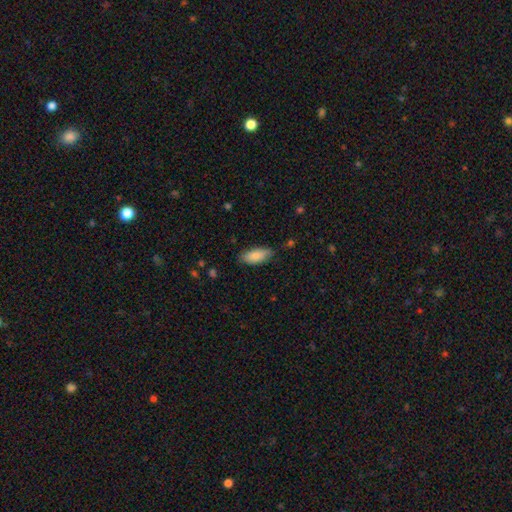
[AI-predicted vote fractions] Q: Smooth or featured?
A: smooth (84%); runner-up: featured or disk (10%)
Q: How rounded?
A: in between (84%); runner-up: cigar-shaped (15%)
Q: Merging?
A: none (76%); runner-up: minor disturbance (19%)